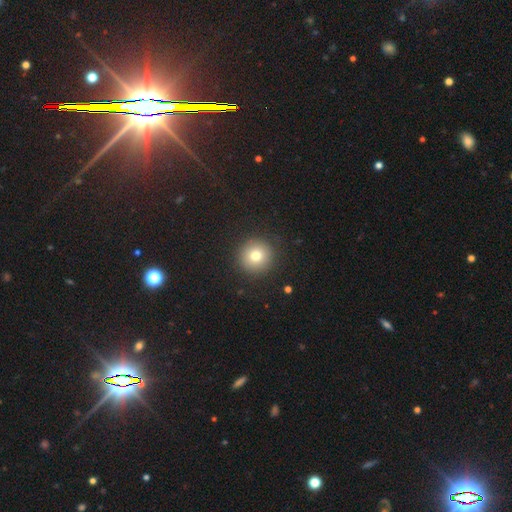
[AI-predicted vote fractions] The model was most divided on "smooth or featured": smooth: 76%, star or artifact: 13%, featured or disk: 11%. More confident: how rounded — round (95%); merging — none (91%).